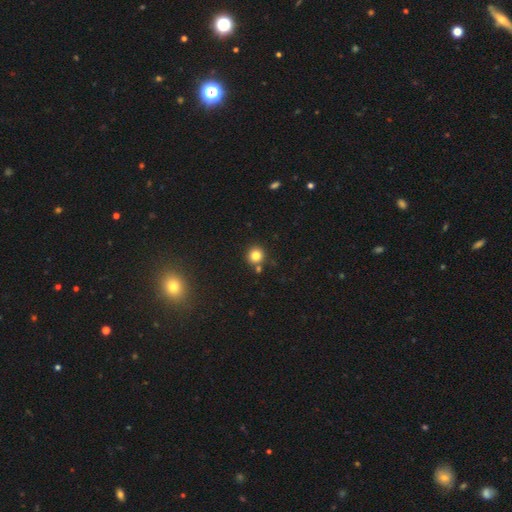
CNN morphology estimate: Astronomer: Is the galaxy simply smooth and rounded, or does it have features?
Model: smooth — 81%.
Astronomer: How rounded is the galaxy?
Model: round — 92%.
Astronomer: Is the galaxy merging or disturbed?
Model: none — 79%.